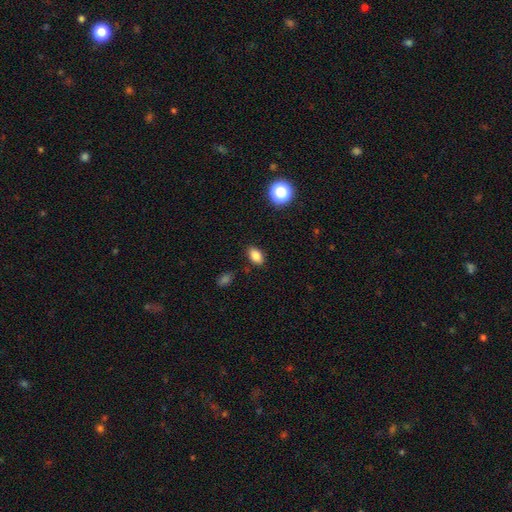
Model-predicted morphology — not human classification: A smooth galaxy with no disk features (85%) that is in between round and cigar-shaped (87%). Merging: none (86%).